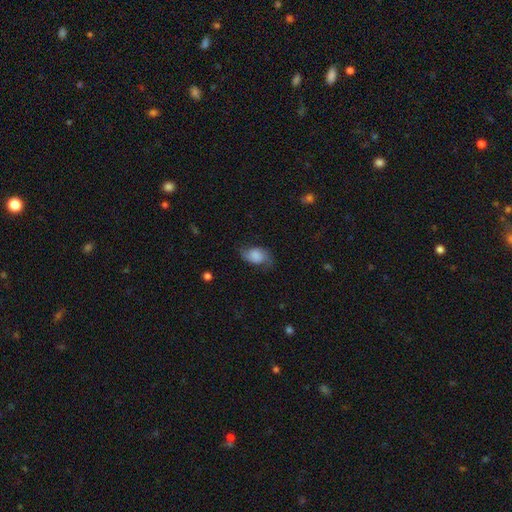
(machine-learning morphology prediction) This appears to be a smooth galaxy with no disk features (53%) that is in between round and cigar-shaped (82%). Merging: none (61%).